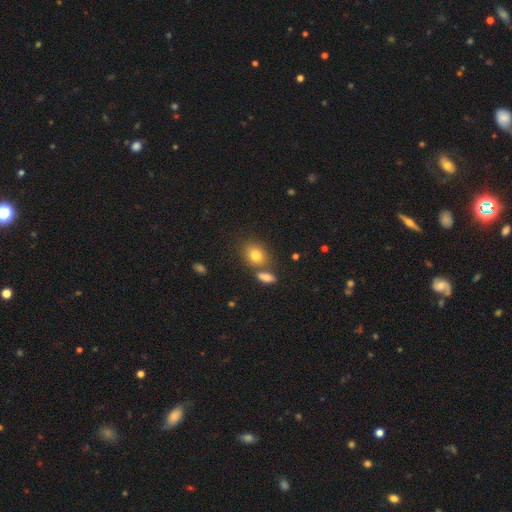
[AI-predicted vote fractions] smooth-or-featured: smooth: 80% | star or artifact: 11% | featured or disk: 10%
  how-rounded: round: 52% | in between: 47% | cigar-shaped: 2%
  merging: none: 63% | merger: 22% | minor disturbance: 11% | major disturbance: 4%